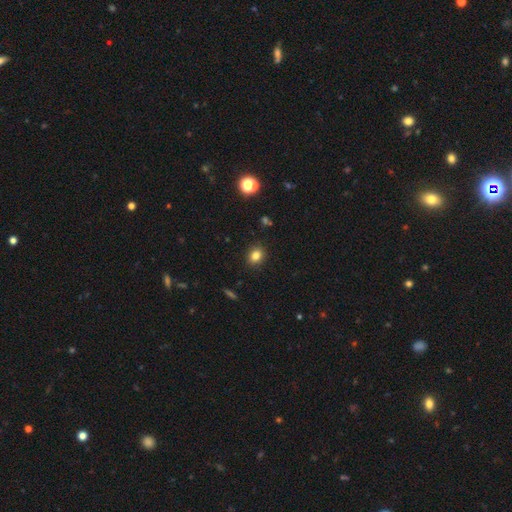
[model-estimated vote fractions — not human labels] This is clearly a smooth galaxy (82%). How rounded: possibly round (60%). Merging: clearly none (90%).